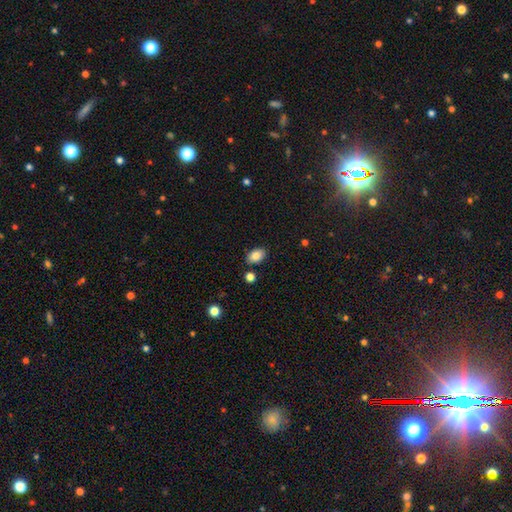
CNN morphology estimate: The model was most divided on "merging": none: 84%, minor disturbance: 10%, merger: 4%, major disturbance: 2%. More confident: how rounded — in between (87%); smooth or featured — smooth (85%).